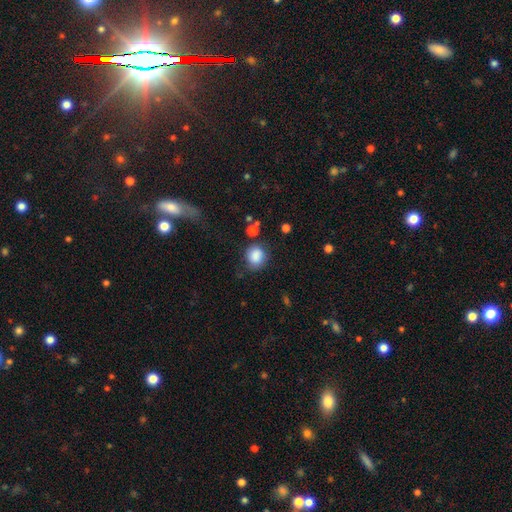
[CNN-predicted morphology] The model was most divided on "how rounded": round: 73%, in between: 26%, cigar-shaped: 1%. More confident: smooth or featured — smooth (86%); merging — none (71%).